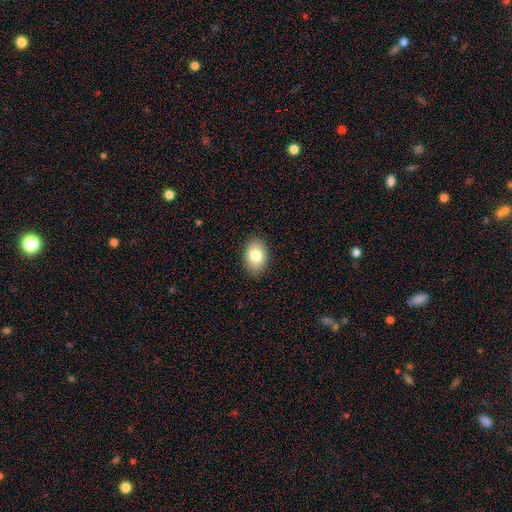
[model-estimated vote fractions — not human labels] Q: Smooth or featured?
A: smooth (81%); runner-up: featured or disk (11%)
Q: How rounded?
A: in between (84%); runner-up: round (15%)
Q: Merging?
A: none (88%); runner-up: minor disturbance (9%)